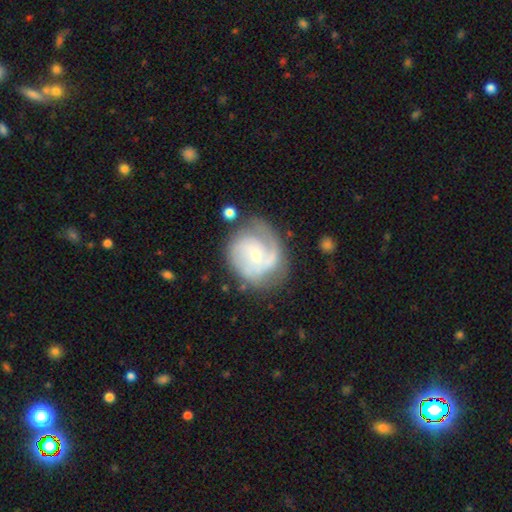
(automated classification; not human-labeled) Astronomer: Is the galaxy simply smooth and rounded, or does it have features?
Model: featured or disk — 78%.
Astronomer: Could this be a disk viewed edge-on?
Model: no — 98%.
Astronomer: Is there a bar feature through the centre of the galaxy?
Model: no — 60%.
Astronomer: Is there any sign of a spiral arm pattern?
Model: yes — 93%.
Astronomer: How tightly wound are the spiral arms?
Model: tight — 45% (runner-up: medium, 40%).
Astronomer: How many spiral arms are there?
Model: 2 — 42% (runner-up: can't tell, 23%).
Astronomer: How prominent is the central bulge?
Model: small — 68%.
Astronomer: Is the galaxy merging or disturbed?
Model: none — 63%.